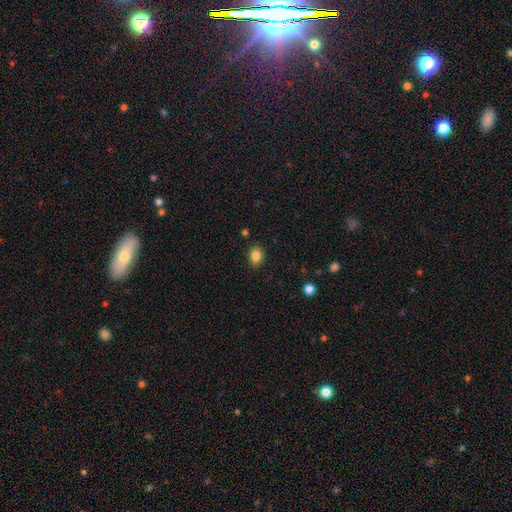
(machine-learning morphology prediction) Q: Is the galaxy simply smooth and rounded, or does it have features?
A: smooth — 84%.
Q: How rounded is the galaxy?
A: in between — 66%.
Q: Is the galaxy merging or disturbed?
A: none — 86%.